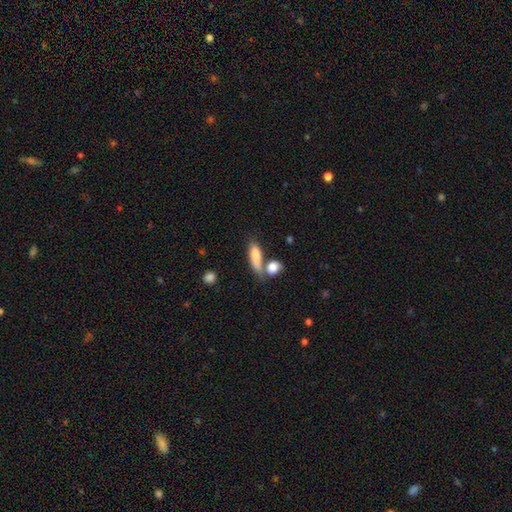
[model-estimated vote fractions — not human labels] This appears to be a smooth galaxy with no disk features (78%) that is in between round and cigar-shaped (58%). Merging: none (42%).